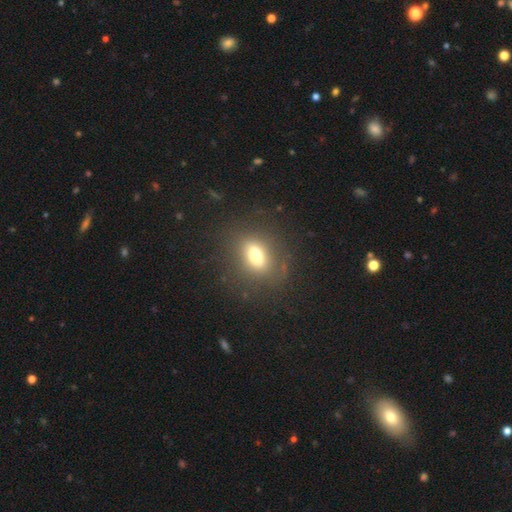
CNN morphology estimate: Smooth or featured? Predicted: smooth (p=0.64). How rounded? Predicted: in between (p=0.65). Merging? Predicted: none (p=0.79).